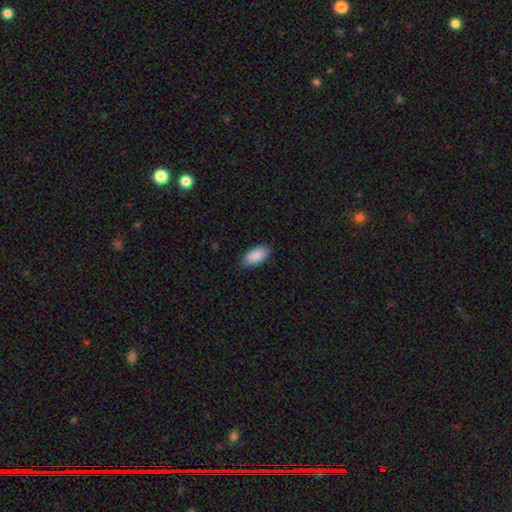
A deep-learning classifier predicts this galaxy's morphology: This appears to be a smooth galaxy with no disk features (91%) that is in between round and cigar-shaped (92%). Merging: none (88%).